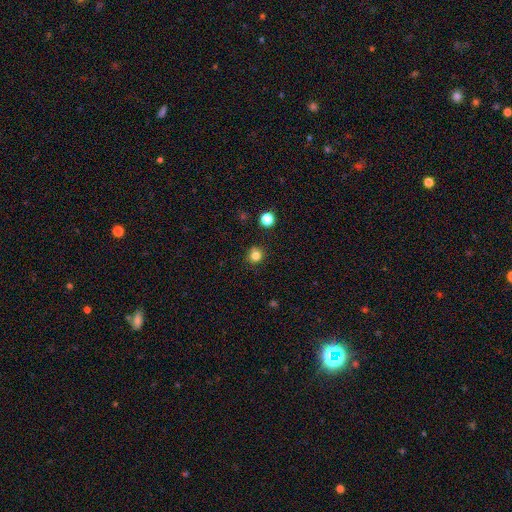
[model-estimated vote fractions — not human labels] Q: Smooth or featured?
A: smooth (82%); runner-up: star or artifact (13%)
Q: How rounded?
A: round (92%); runner-up: in between (7%)
Q: Merging?
A: none (87%); runner-up: minor disturbance (8%)